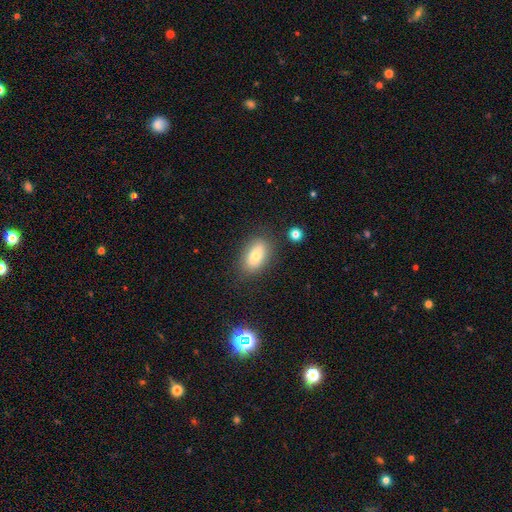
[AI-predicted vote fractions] Smooth or featured?
  - smooth: 72% *
  - featured or disk: 18%
  - star or artifact: 10%
How rounded?
  - in between: 88% *
  - round: 9%
  - cigar-shaped: 3%
Merging?
  - none: 82% *
  - minor disturbance: 12%
  - major disturbance: 4%
  - merger: 2%